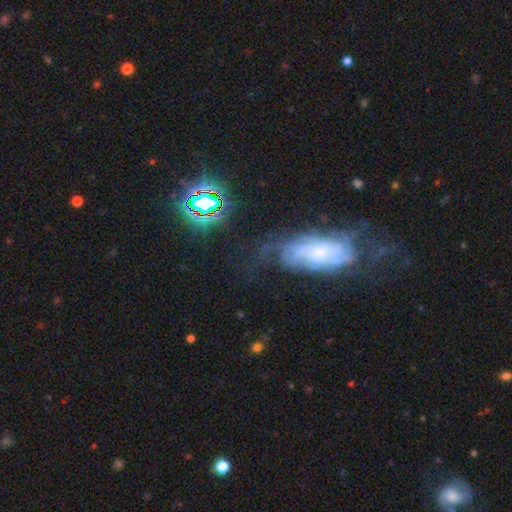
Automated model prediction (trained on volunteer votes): Overall: featured or disk (59%; smooth 22%). Edge-on disk: no (86%). Bar: no (69%). Spiral arms: yes (77%). Bulge size: small (58%; moderate 23%). Merging: none (55%; minor disturbance 22%).